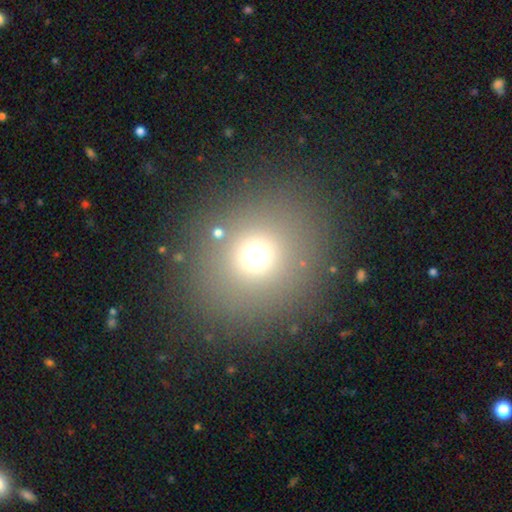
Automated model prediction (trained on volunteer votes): Smooth or featured: smooth — 68% (star or artifact — 23%)
How rounded: round — 89% (in between — 10%)
Merging: none — 85% (minor disturbance — 7%)